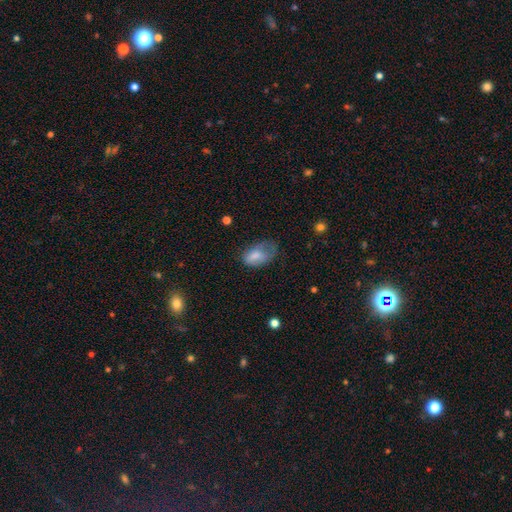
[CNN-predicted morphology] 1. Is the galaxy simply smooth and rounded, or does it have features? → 75% smooth, 17% featured or disk, 8% star or artifact.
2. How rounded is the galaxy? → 91% in between, 8% round, 2% cigar-shaped.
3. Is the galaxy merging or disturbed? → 36% minor disturbance, 32% none, 30% major disturbance, 2% merger.